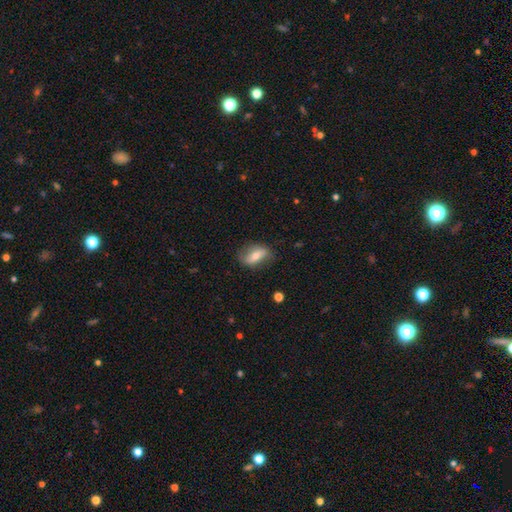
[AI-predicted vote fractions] smooth 55%, featured or disk 38%, star or artifact 7%. Down the decision tree: how rounded — in between (82%); merging — none (73%).